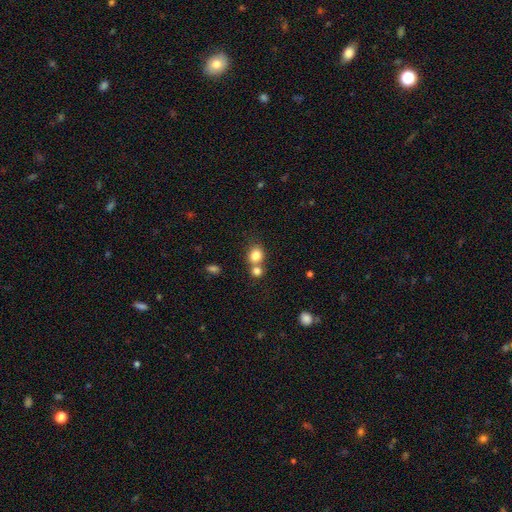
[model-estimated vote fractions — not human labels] This is clearly a smooth galaxy (82%). How rounded: likely round (72%). Merging: possibly none (47%).